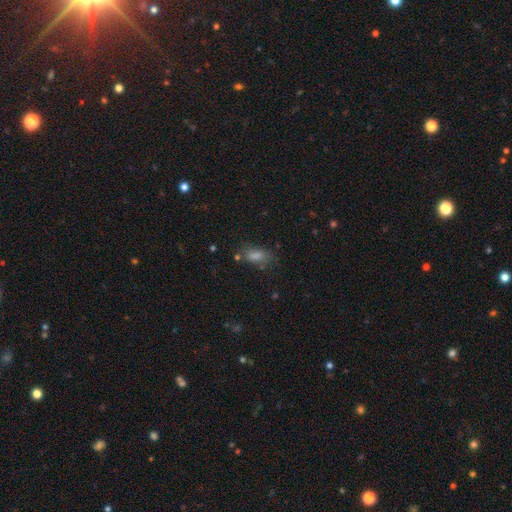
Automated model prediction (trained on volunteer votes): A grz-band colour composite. It shows a smooth galaxy with no disk features (68%) that is in between round and cigar-shaped (80%). Merging: none (66%).